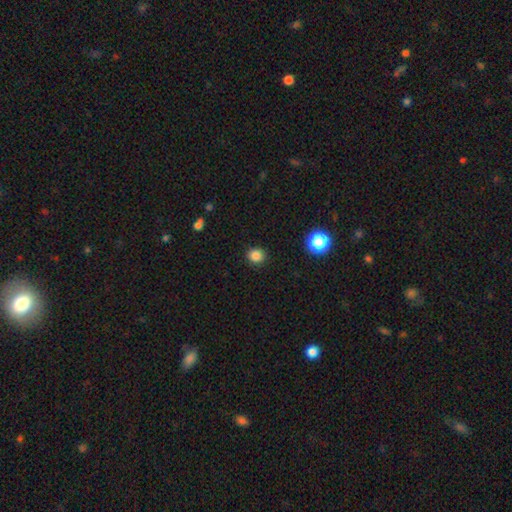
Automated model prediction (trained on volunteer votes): A smooth galaxy with no disk features (85%) that is round (82%). Merging: none (91%).